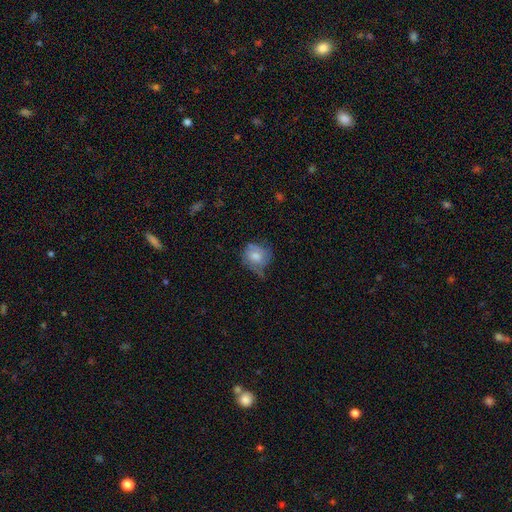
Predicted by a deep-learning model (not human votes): This appears to be a smooth galaxy with no disk features (65%) that is round (72%). Merging: none (46%).